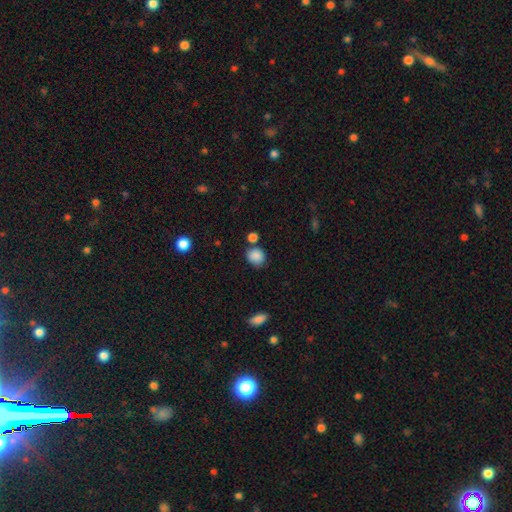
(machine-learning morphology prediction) This appears to be a smooth galaxy with no disk features (87%) that is round (73%). Merging: none (70%).